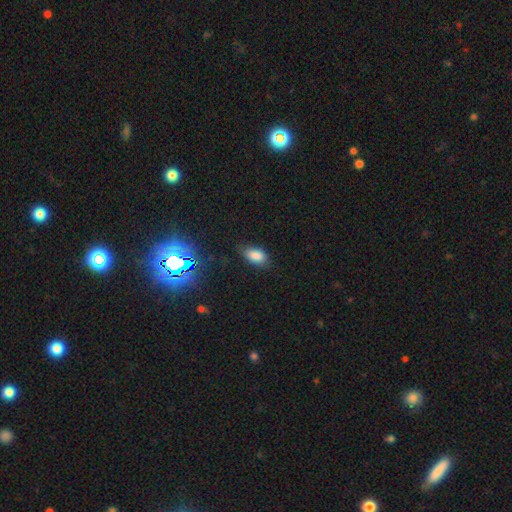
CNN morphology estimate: smooth-or-featured: smooth: 80% | star or artifact: 13% | featured or disk: 7%
  how-rounded: in between: 90% | round: 6% | cigar-shaped: 3%
  merging: none: 72% | minor disturbance: 22% | major disturbance: 5% | merger: 2%